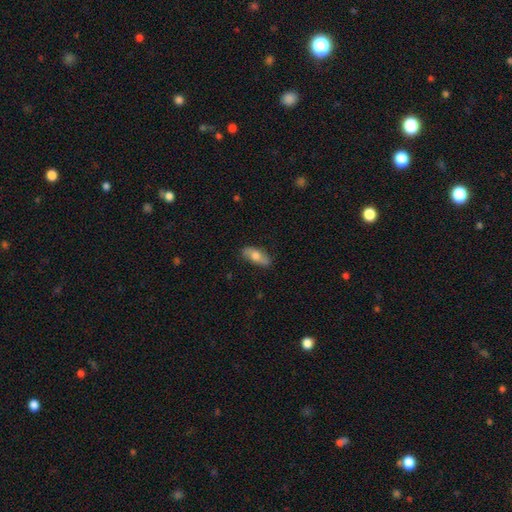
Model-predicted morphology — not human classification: smooth-or-featured: smooth: 65% | featured or disk: 29% | star or artifact: 6%
  how-rounded: in between: 83% | cigar-shaped: 13% | round: 4%
  merging: none: 81% | minor disturbance: 15% | major disturbance: 3% | merger: 1%